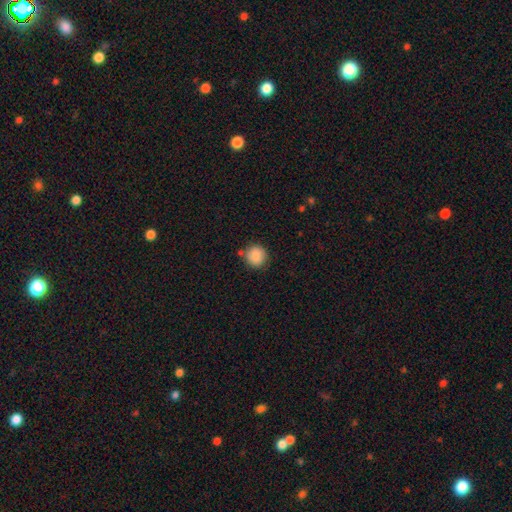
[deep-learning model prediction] Morphology: type=smooth (88%); roundness=round (92%); merging=none (81%).